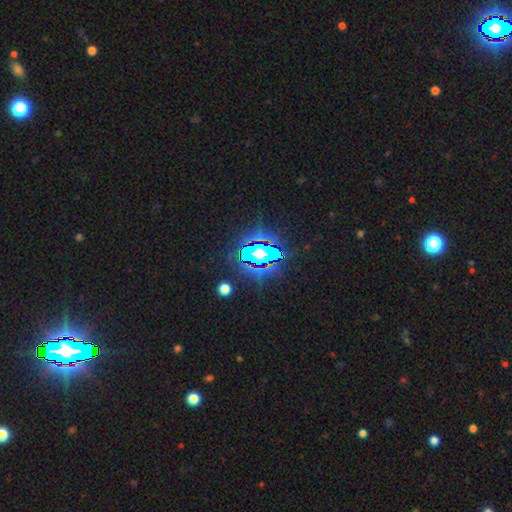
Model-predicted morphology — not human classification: A star or artifact, not a galaxy (83%).